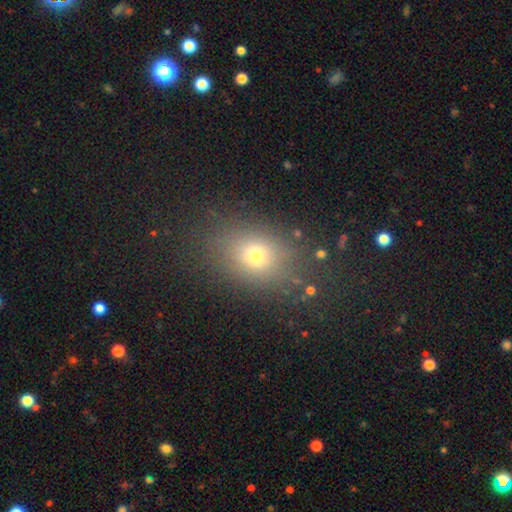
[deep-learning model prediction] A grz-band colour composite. It shows a smooth galaxy with no disk features (70%) that is in between round and cigar-shaped (61%). Merging: none (81%).